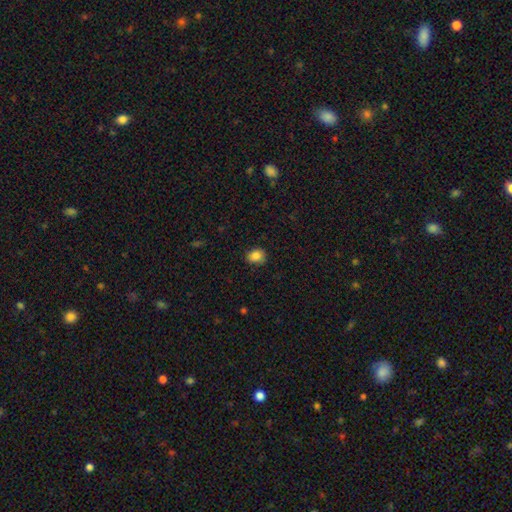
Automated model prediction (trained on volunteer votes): This appears to be a smooth galaxy with no disk features (86%) that is round (52%). Merging: none (83%).